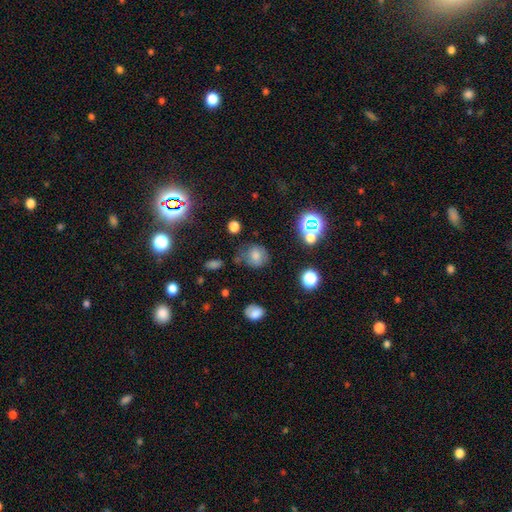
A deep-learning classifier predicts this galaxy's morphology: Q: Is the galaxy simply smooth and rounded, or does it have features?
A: smooth — 70%.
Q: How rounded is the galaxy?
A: round — 76%.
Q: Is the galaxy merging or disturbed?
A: none — 61%.